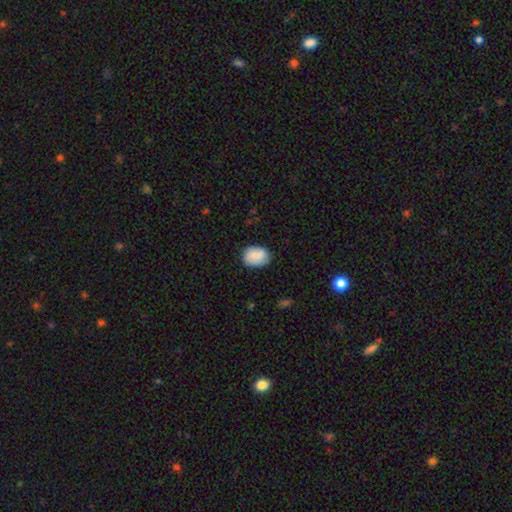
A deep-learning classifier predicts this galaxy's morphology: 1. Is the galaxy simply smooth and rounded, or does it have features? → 74% smooth, 19% featured or disk, 7% star or artifact.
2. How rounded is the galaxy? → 68% in between, 31% round, 1% cigar-shaped.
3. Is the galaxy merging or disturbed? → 77% none, 18% minor disturbance, 4% major disturbance, 1% merger.